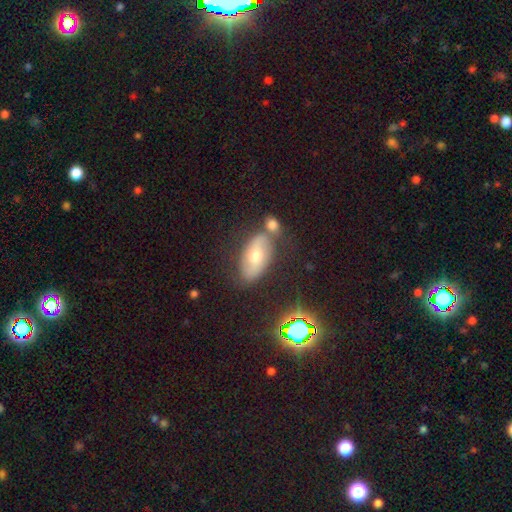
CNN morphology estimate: This is possibly a smooth galaxy (45%). Merging: likely none (62%).